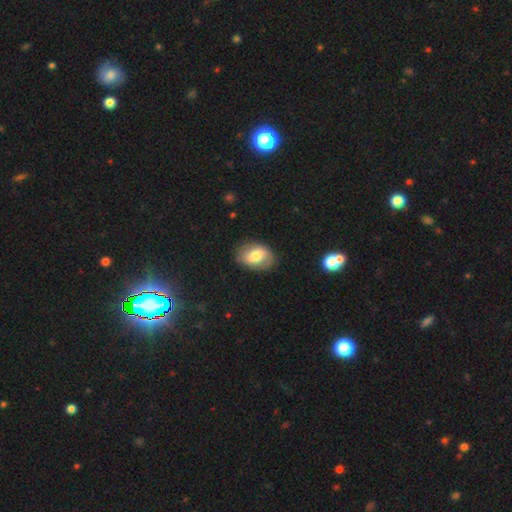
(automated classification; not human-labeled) This is likely a smooth galaxy (69%). How rounded: likely in between (79%). Merging: likely none (78%).